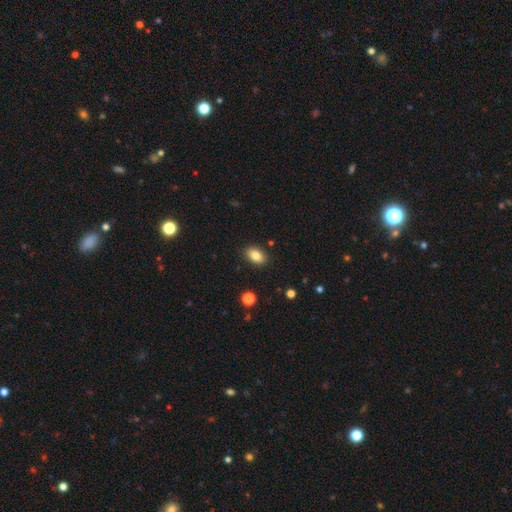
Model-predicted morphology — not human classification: smooth-or-featured: smooth: 83% | featured or disk: 9% | star or artifact: 9%
  how-rounded: in between: 88% | round: 11% | cigar-shaped: 2%
  merging: none: 88% | minor disturbance: 9% | major disturbance: 2% | merger: 1%